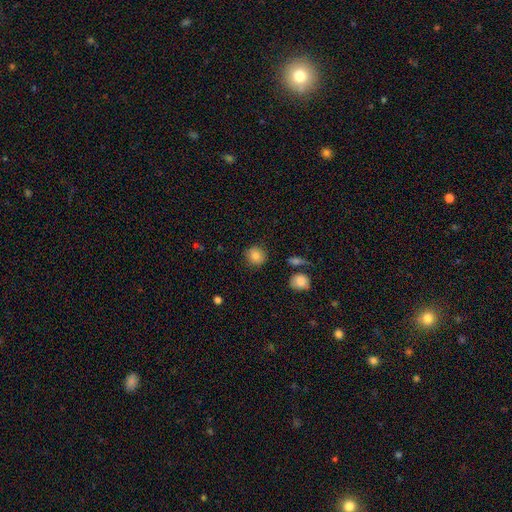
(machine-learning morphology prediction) smooth 83%, star or artifact 10%, featured or disk 7%. Down the decision tree: how rounded — round (86%); merging — none (87%).